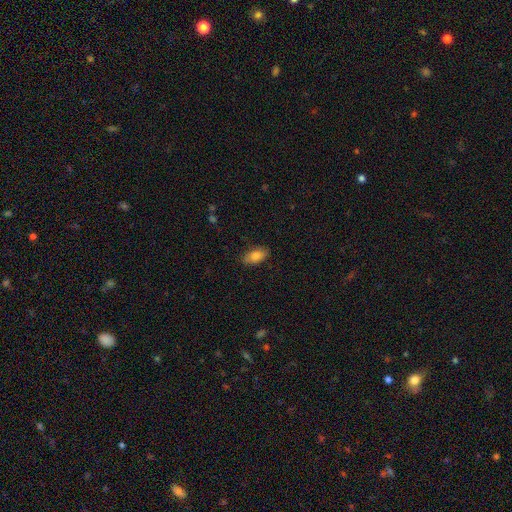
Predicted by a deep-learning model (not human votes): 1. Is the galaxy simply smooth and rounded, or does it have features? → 82% smooth, 10% featured or disk, 7% star or artifact.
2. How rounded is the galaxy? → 92% in between, 4% cigar-shaped, 4% round.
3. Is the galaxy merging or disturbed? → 84% none, 13% minor disturbance, 3% major disturbance, 1% merger.